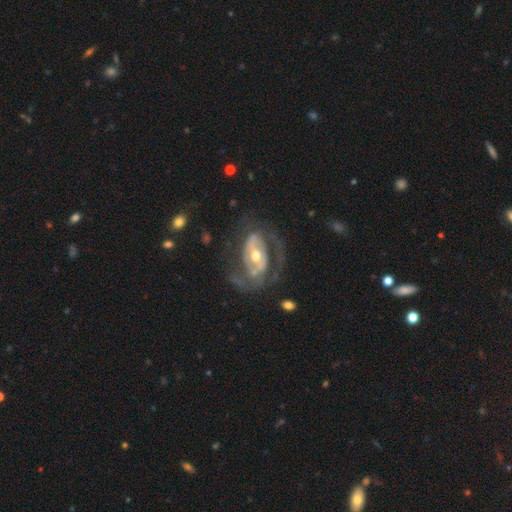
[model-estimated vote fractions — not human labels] Q: Smooth or featured?
A: featured or disk (84%); runner-up: smooth (11%)
Q: Edge-on disk?
A: no (95%); runner-up: yes (5%)
Q: Bar?
A: no (37%); runner-up: weak (32%)
Q: Spiral arms?
A: yes (81%); runner-up: no (19%)
Q: Spiral winding?
A: medium (45%); runner-up: tight (32%)
Q: Spiral arm count?
A: 2 (74%); runner-up: can't tell (12%)
Q: Bulge size?
A: moderate (66%); runner-up: small (27%)
Q: Merging?
A: none (59%); runner-up: major disturbance (21%)